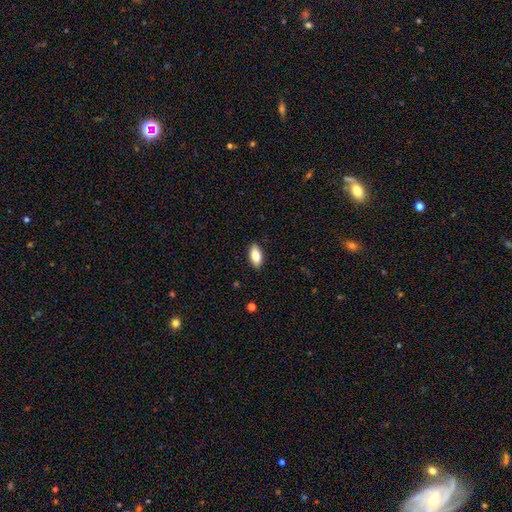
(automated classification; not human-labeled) The model was most divided on "smooth or featured": smooth: 84%, featured or disk: 9%, star or artifact: 7%. More confident: how rounded — in between (90%); merging — none (89%).